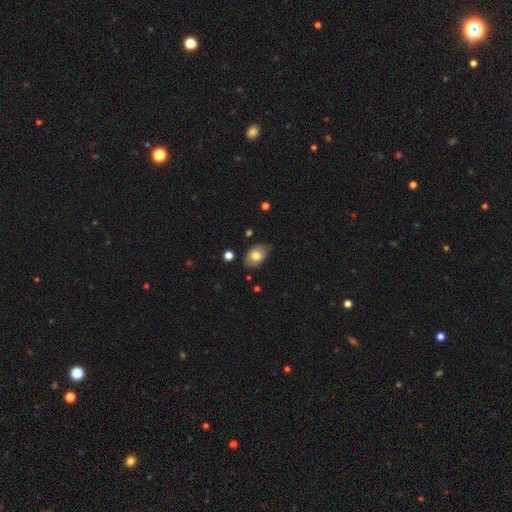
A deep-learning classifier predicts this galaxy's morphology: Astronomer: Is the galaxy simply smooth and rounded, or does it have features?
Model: smooth — 75%.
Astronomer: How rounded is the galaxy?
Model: in between — 84%.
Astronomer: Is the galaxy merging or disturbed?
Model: none — 69%.